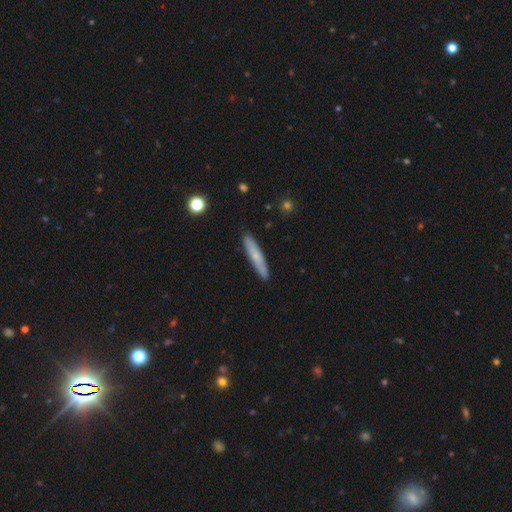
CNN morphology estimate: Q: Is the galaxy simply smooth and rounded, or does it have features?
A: smooth — 59%.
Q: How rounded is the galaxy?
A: cigar-shaped — 92%.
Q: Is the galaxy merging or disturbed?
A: none — 89%.